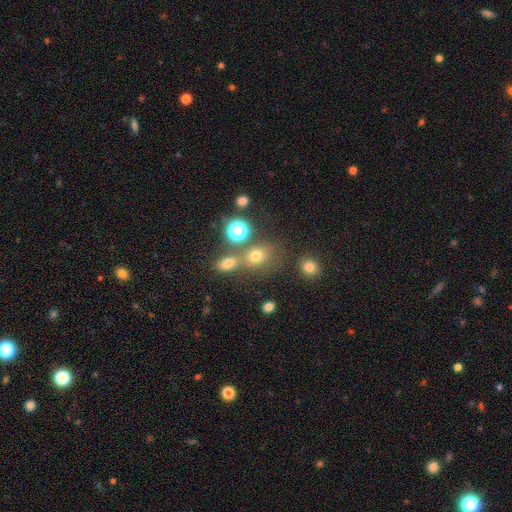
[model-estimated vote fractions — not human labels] This is likely a smooth galaxy (69%). How rounded: likely round (63%). Merging: possibly none (52%).